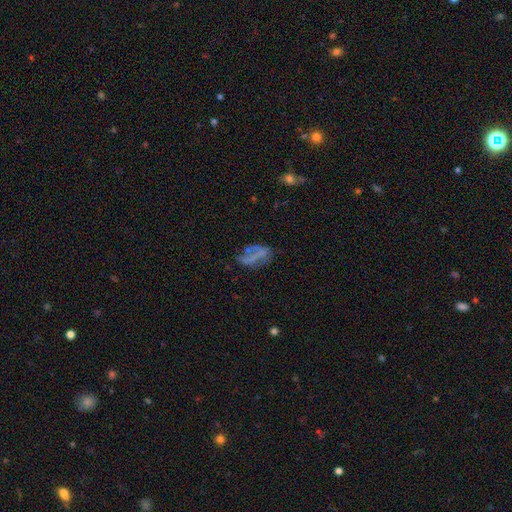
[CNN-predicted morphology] Smooth or featured? featured or disk (51%)
Edge-on disk? no (91%)
Merging? none (46%)